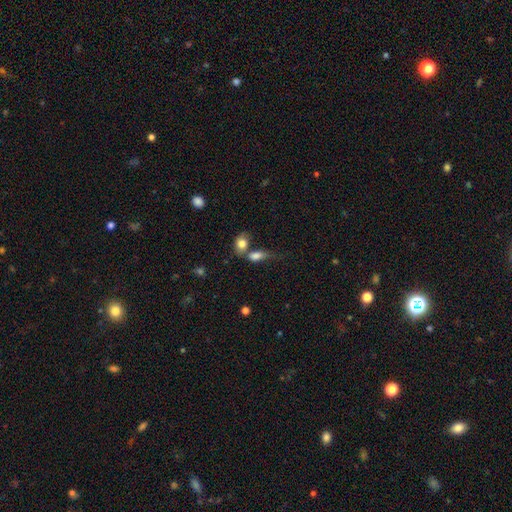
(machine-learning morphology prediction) type=smooth (79%); roundness=in between (77%); merging=merger (46%).